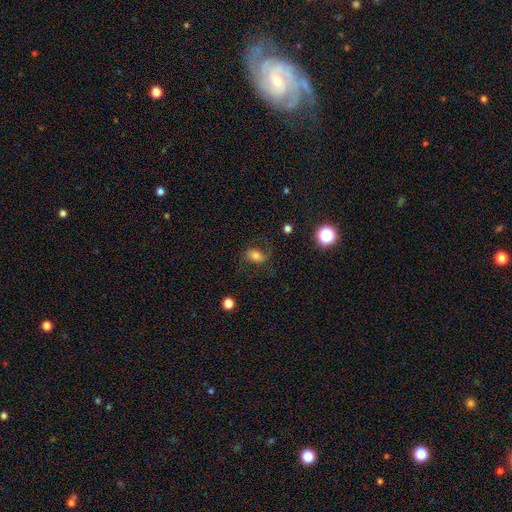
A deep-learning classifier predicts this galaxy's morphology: Smooth or featured? Predicted: smooth (p=0.48). Merging? Predicted: none (p=0.62).